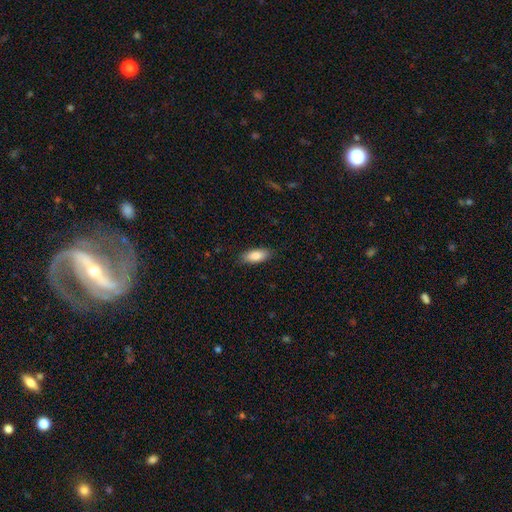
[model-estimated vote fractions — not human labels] Q: Smooth or featured?
A: smooth (86%); runner-up: featured or disk (8%)
Q: How rounded?
A: in between (80%); runner-up: cigar-shaped (18%)
Q: Merging?
A: none (86%); runner-up: minor disturbance (10%)